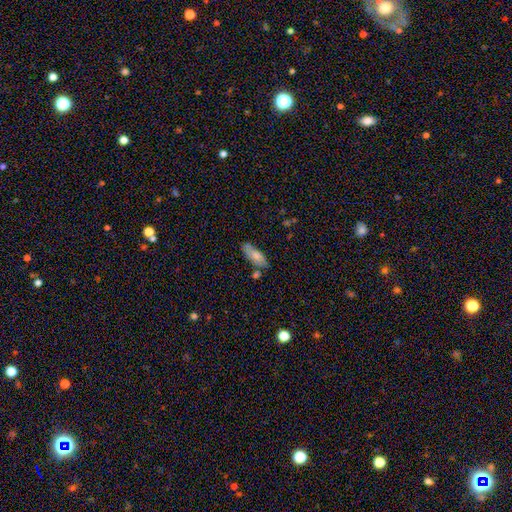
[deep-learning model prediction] The model was most divided on "how rounded": in between: 70%, cigar-shaped: 28%, round: 2%. More confident: smooth or featured — smooth (75%); merging — none (67%).